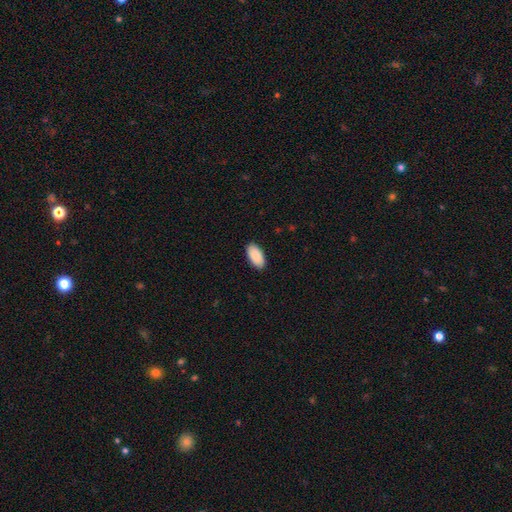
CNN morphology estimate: smooth_or_featured: smooth (p=0.90) [alt: star or artifact p=0.06]
how_rounded: in between (p=0.95) [alt: cigar-shaped p=0.03]
merging: none (p=0.90) [alt: minor disturbance p=0.07]